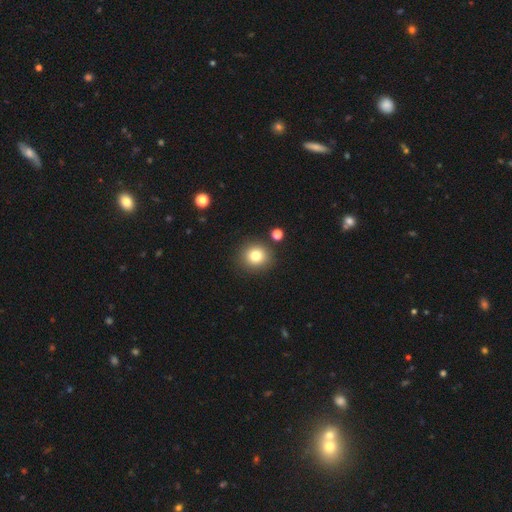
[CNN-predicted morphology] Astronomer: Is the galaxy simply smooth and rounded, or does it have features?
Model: smooth — 80%.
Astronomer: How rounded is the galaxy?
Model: round — 88%.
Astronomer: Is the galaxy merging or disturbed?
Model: none — 87%.